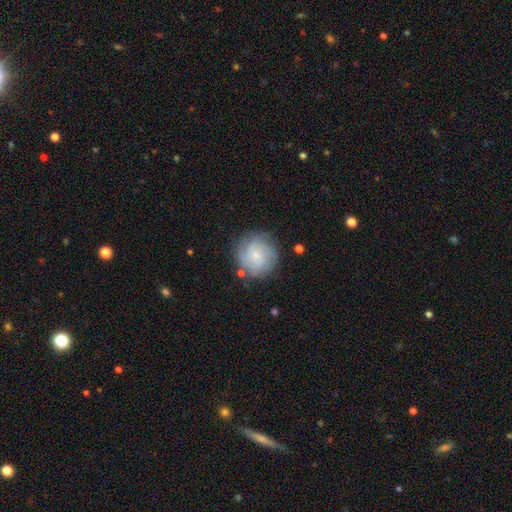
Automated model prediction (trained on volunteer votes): Smooth or featured? featured or disk (52%)
Edge-on disk? no (98%)
Bar? no (63%)
Spiral arms? yes (88%)
Bulge size? small (66%)
Merging? none (78%)